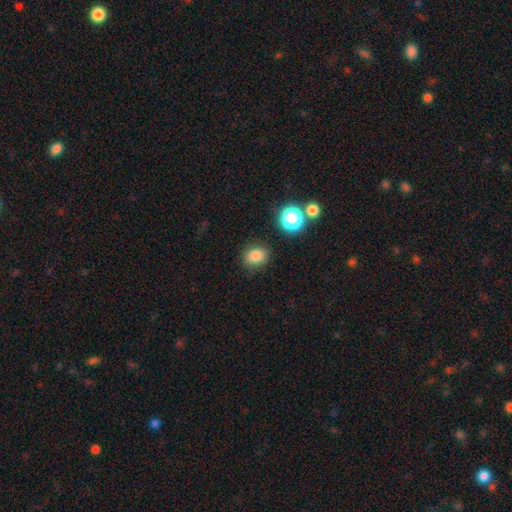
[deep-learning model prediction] Q: Smooth or featured?
A: smooth (81%); runner-up: star or artifact (13%)
Q: How rounded?
A: round (55%); runner-up: in between (44%)
Q: Merging?
A: none (84%); runner-up: minor disturbance (10%)